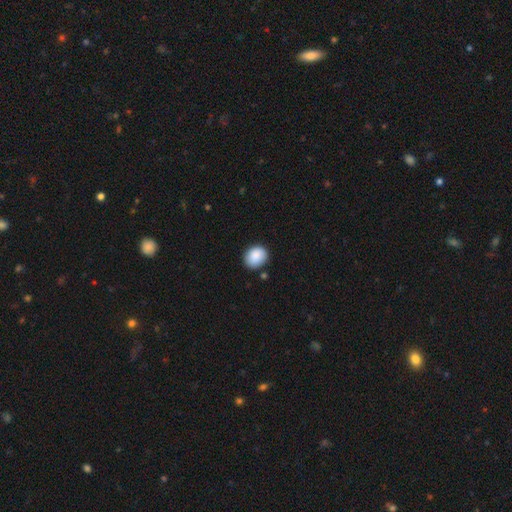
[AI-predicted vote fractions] Smooth or featured? smooth (89%)
How rounded? round (57%)
Merging? none (82%)